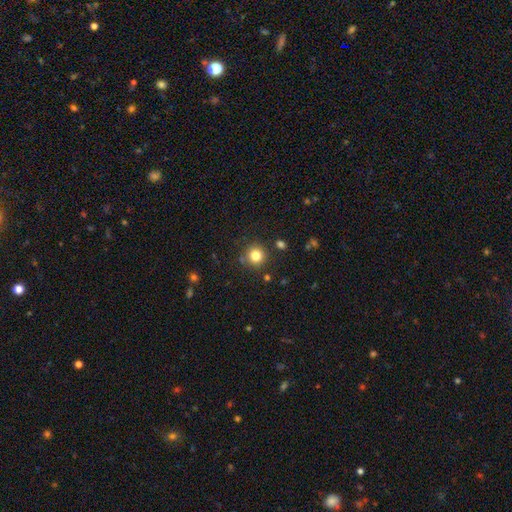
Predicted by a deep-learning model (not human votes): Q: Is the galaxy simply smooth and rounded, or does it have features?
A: smooth — 82%.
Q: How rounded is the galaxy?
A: round — 94%.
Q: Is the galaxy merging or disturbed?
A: none — 85%.